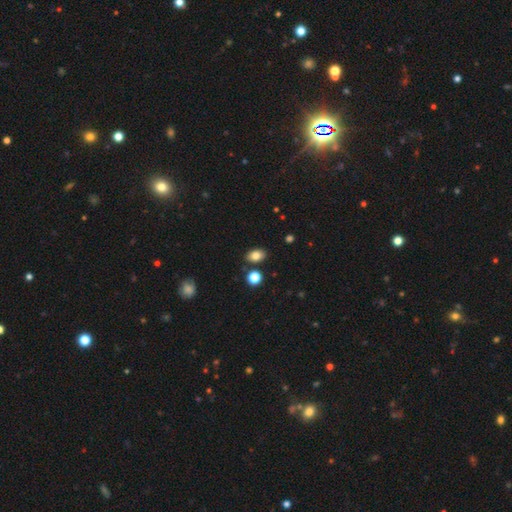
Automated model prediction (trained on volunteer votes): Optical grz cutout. It shows a smooth galaxy with no disk features (81%) that is in between round and cigar-shaped (82%). Merging: none (82%).